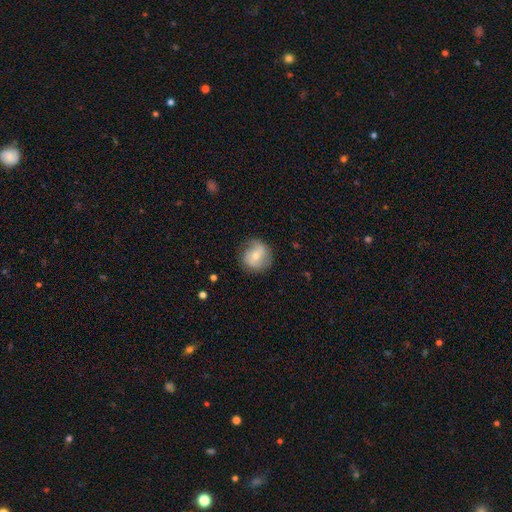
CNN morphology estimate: This appears to be a featured or disk galaxy (47%). Merging: none (74%).